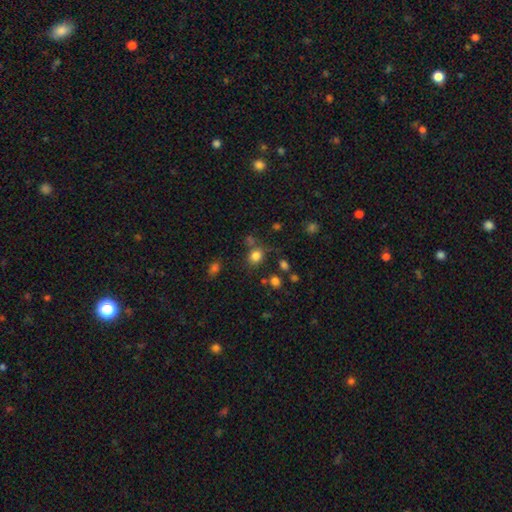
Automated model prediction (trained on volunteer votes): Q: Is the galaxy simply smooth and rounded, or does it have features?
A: smooth — 80%.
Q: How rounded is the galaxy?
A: round — 72%.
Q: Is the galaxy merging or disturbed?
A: none — 71%.